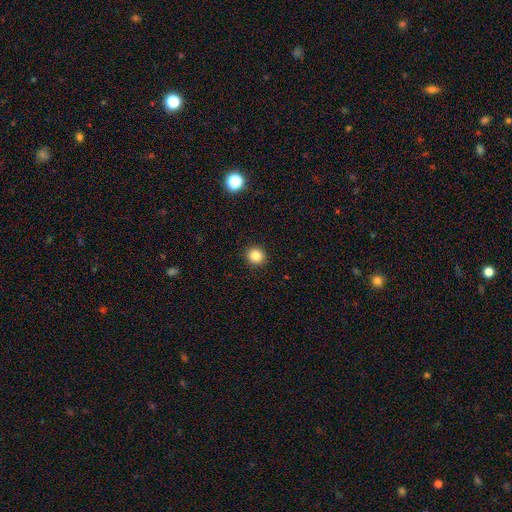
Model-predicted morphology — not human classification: A smooth galaxy with no disk features (84%) that is round (91%).

Vote fractions:
- Smooth or featured? smooth: 84% / star or artifact: 11% / featured or disk: 5%
- How rounded? round: 91% / in between: 9% / cigar-shaped: 1%
- Merging? none: 93% / minor disturbance: 5% / major disturbance: 2% / merger: 1%